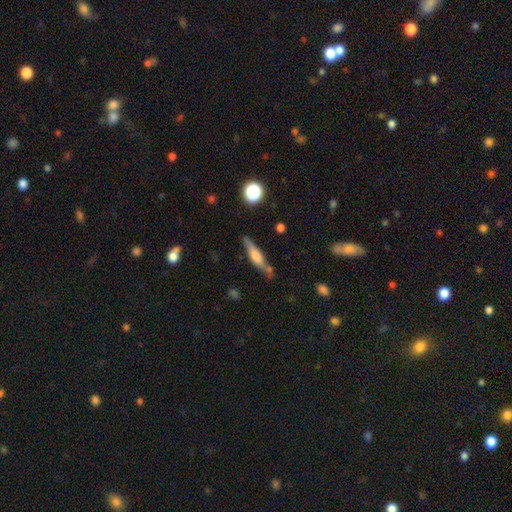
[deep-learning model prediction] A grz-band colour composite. It shows a smooth galaxy with no disk features (49%). Merging: none (72%).